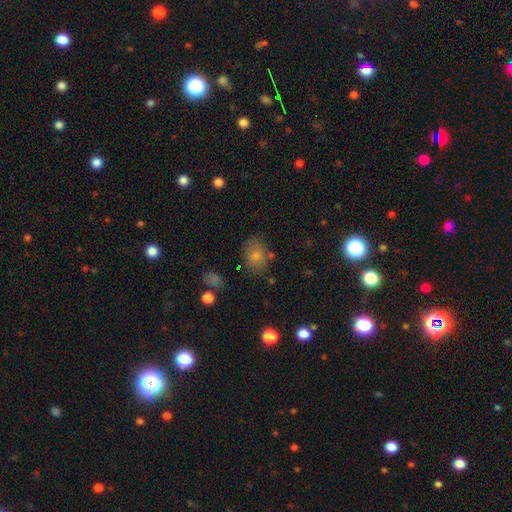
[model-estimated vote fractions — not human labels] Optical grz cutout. It shows a smooth galaxy with no disk features (80%) that is in between round and cigar-shaped (75%). Merging: none (74%).